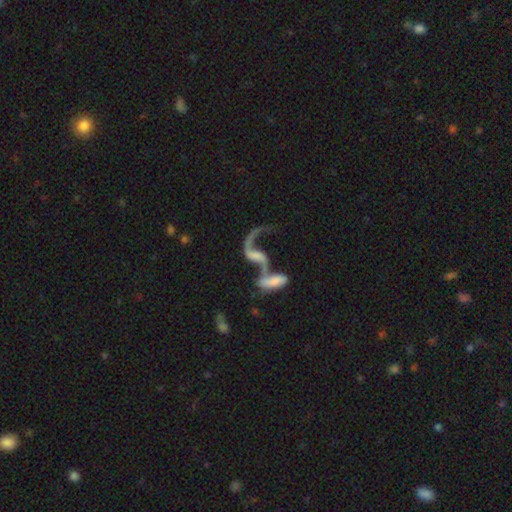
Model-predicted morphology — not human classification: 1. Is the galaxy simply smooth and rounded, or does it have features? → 77% featured or disk, 16% smooth, 8% star or artifact.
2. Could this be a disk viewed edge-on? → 94% no, 6% yes.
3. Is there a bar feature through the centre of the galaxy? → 45% no, 33% weak, 21% strong.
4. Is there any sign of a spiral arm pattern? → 84% yes, 16% no.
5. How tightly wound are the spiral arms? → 90% loose, 8% medium, 2% tight.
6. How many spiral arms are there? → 66% 2, 29% 1, 3% can't tell, 1% 3, 1% 4, 1% more than 4.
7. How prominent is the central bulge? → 49% none, 23% small, 18% moderate, 8% large, 2% dominant.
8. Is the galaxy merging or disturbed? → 55% merger, 21% none, 15% major disturbance, 8% minor disturbance.